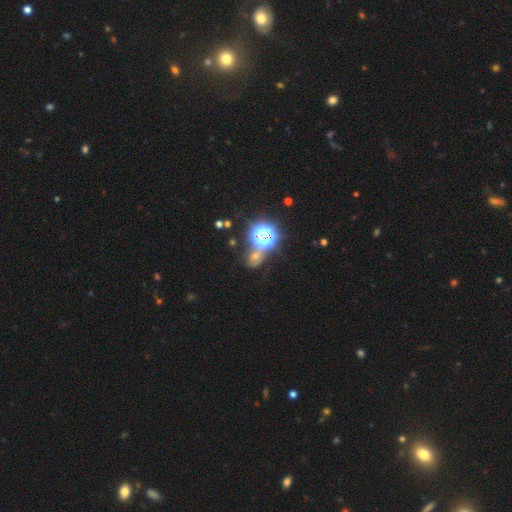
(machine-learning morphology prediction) smooth-or-featured: star or artifact: 62% | smooth: 25% | featured or disk: 13%